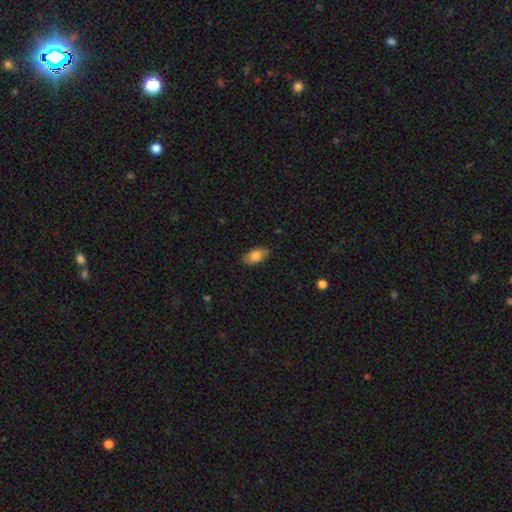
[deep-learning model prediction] This appears to be a smooth galaxy with no disk features (82%) that is in between round and cigar-shaped (92%). Merging: none (85%).